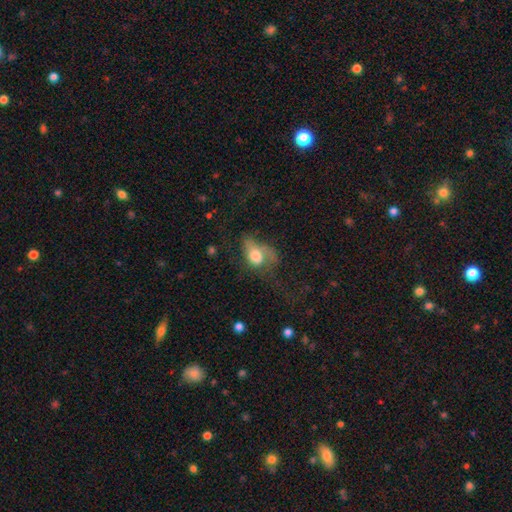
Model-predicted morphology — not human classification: The model was most divided on "smooth or featured": smooth: 57%, featured or disk: 34%, star or artifact: 9%. Remaining: how rounded — in between (78%); merging — major disturbance (50%).